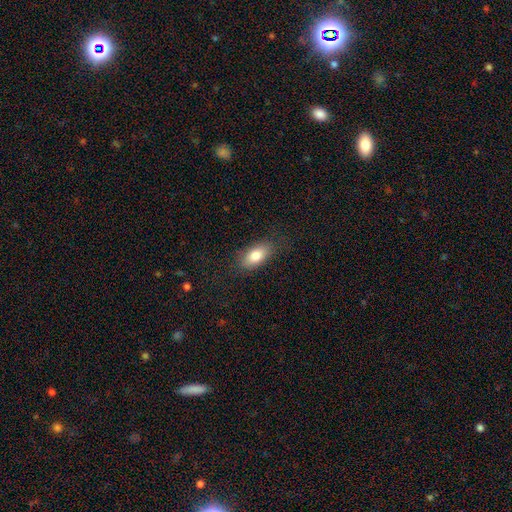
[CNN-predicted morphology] smooth 81%, featured or disk 11%, star or artifact 7%. Down the decision tree: how rounded — in between (90%); merging — none (82%).